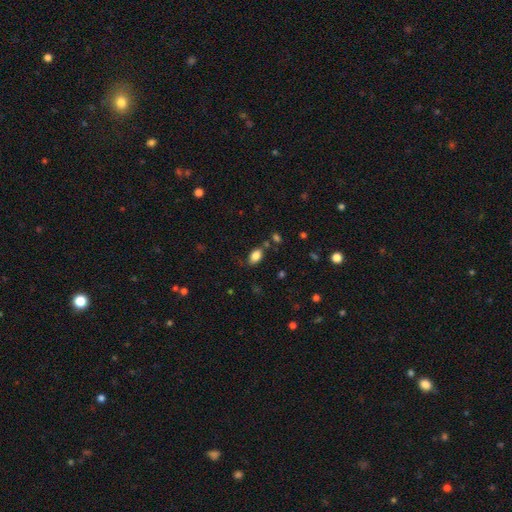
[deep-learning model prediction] This appears to be a smooth galaxy with no disk features (84%) that is in between round and cigar-shaped (89%). Merging: none (73%).